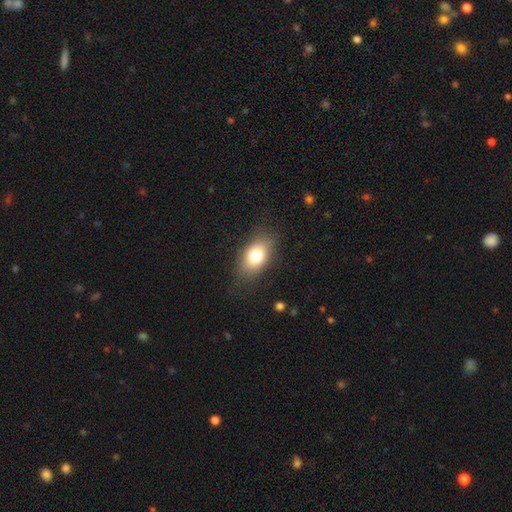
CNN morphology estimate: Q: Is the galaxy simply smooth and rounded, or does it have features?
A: smooth — 76%.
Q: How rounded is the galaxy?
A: in between — 86%.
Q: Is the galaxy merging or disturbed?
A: none — 81%.